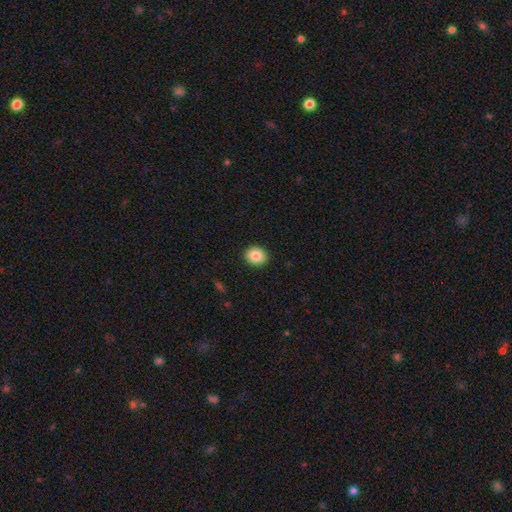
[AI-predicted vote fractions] A smooth galaxy with no disk features (86%) that is round (67%). Merging: none (91%).